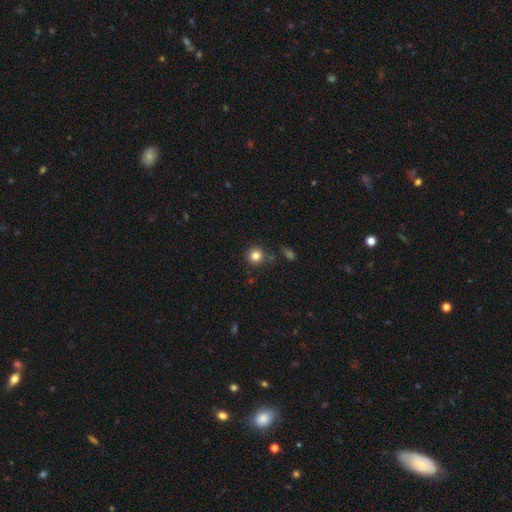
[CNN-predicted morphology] Smooth or featured? Predicted: smooth (p=0.83). How rounded? Predicted: round (p=0.92). Merging? Predicted: none (p=0.84).